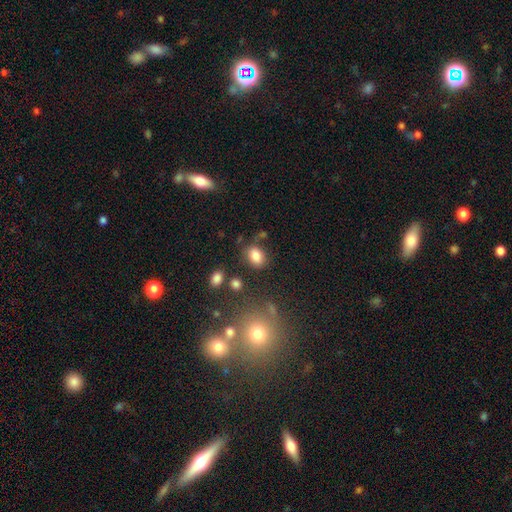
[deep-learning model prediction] Smooth or featured: smooth — 83% (star or artifact — 10%)
How rounded: in between — 74% (round — 24%)
Merging: none — 72% (minor disturbance — 16%)